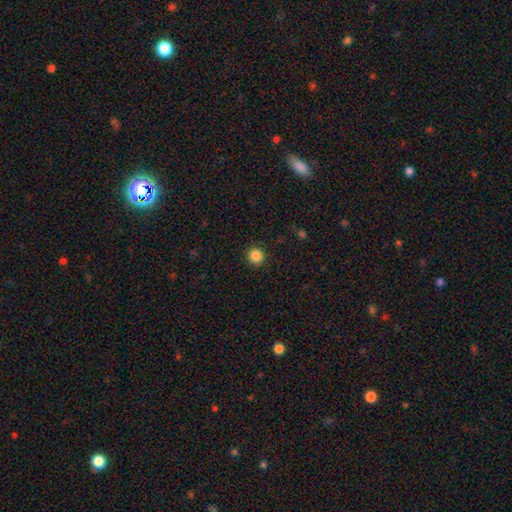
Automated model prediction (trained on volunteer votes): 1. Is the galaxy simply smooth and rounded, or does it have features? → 85% smooth, 11% star or artifact, 4% featured or disk.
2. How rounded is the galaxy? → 90% round, 9% in between, 1% cigar-shaped.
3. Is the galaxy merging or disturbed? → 92% none, 6% minor disturbance, 2% major disturbance, 1% merger.